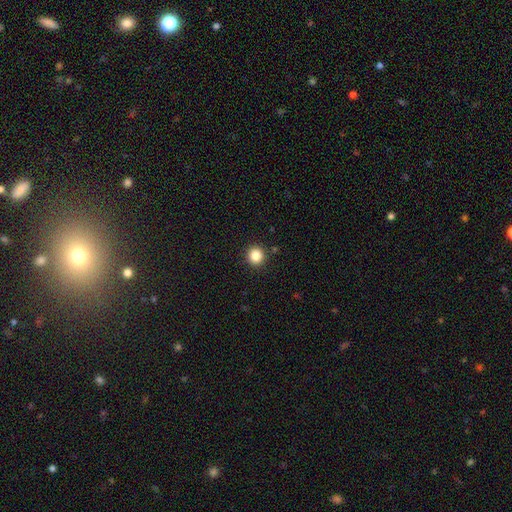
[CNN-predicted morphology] A smooth galaxy with no disk features (84%) that is round (94%).

Vote fractions:
- Smooth or featured? smooth: 84% / star or artifact: 11% / featured or disk: 4%
- How rounded? round: 94% / in between: 6% / cigar-shaped: 1%
- Merging? none: 92% / minor disturbance: 5% / major disturbance: 2% / merger: 1%